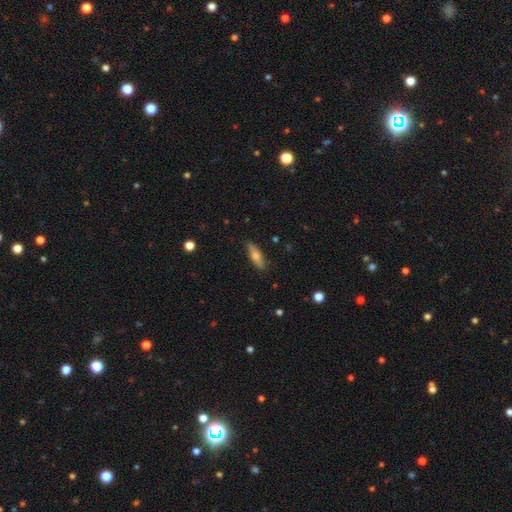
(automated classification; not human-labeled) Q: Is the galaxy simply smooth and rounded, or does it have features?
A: smooth — 55%.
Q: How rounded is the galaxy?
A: cigar-shaped — 59%.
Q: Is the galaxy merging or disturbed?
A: none — 86%.